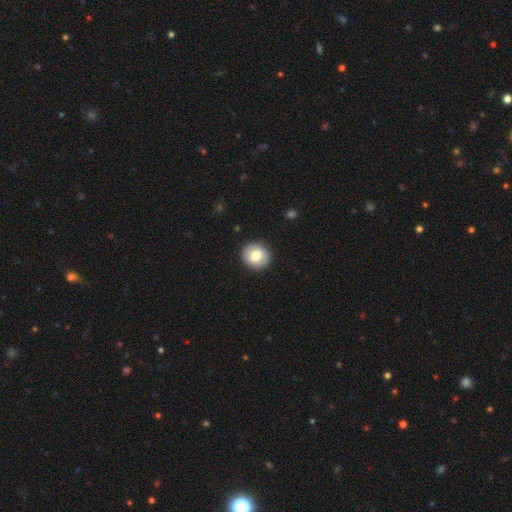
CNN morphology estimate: This is likely a smooth galaxy (76%). How rounded: likely round (77%). Merging: clearly none (90%).